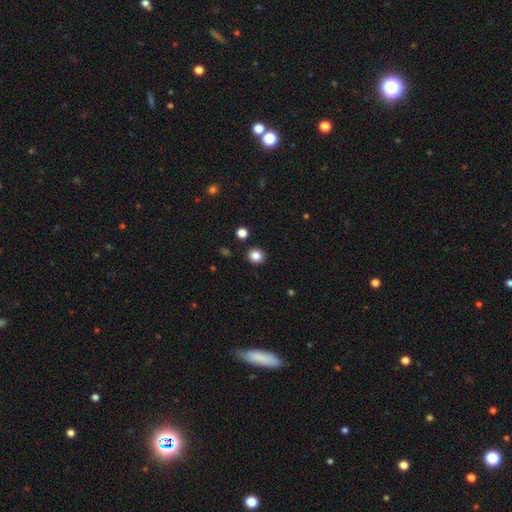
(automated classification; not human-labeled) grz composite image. It shows a smooth galaxy with no disk features (85%) that is round (84%). Merging: none (91%).